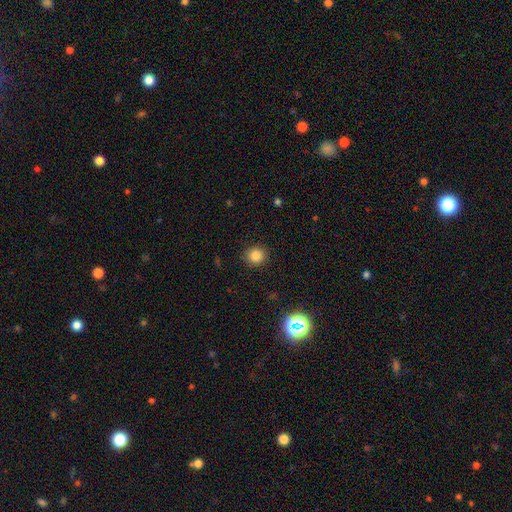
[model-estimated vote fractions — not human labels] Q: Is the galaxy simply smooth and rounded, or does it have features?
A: smooth — 82%.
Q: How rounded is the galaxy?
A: round — 88%.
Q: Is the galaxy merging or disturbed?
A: none — 90%.